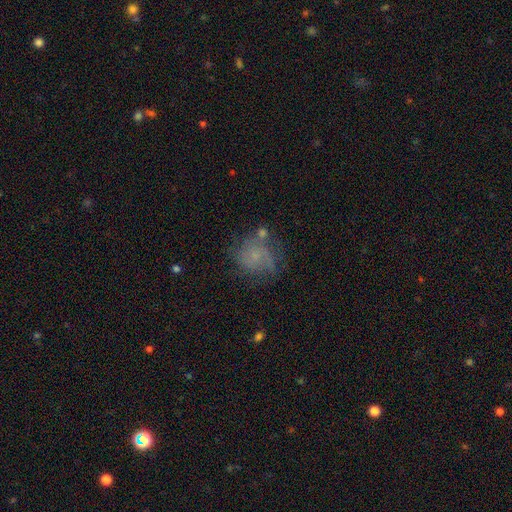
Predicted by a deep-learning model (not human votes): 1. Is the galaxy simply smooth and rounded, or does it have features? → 45% smooth, 42% featured or disk, 13% star or artifact.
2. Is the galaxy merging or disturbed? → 46% none, 25% minor disturbance, 21% major disturbance, 8% merger.